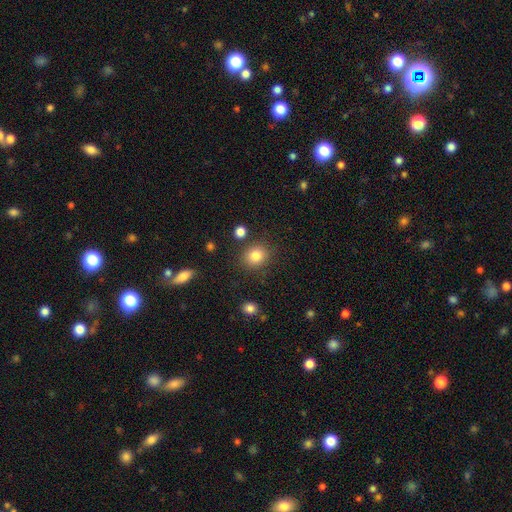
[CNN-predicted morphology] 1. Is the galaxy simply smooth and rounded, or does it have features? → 82% smooth, 11% star or artifact, 7% featured or disk.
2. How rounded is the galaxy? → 70% round, 30% in between, 1% cigar-shaped.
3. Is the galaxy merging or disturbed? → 83% none, 10% minor disturbance, 4% merger, 4% major disturbance.